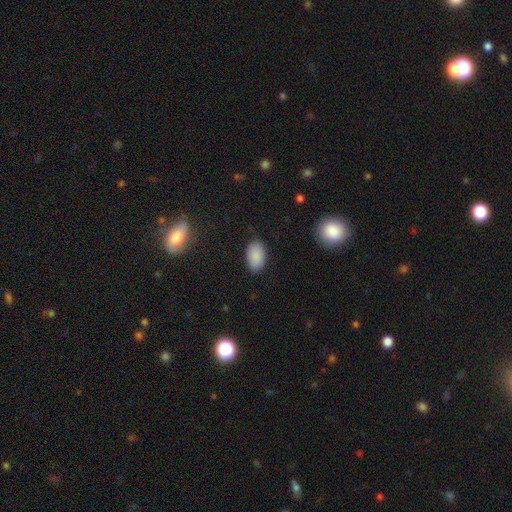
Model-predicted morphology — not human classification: type=smooth (89%); roundness=in between (93%); merging=none (87%).